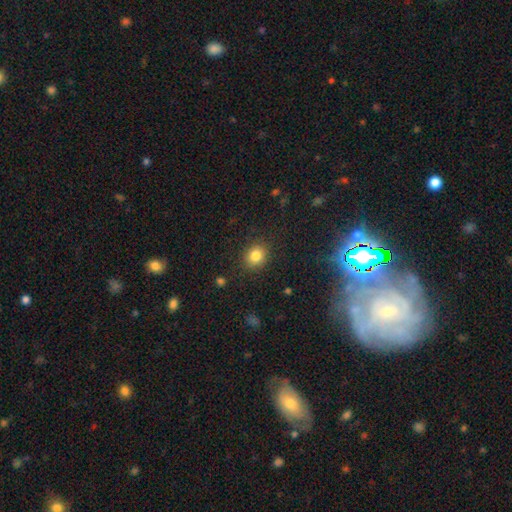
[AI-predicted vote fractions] Smooth or featured? smooth (83%)
How rounded? round (73%)
Merging? none (87%)